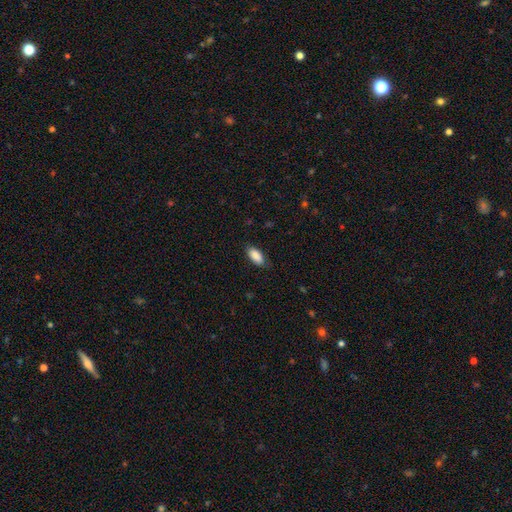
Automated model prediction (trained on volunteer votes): smooth-or-featured: smooth: 88% | star or artifact: 6% | featured or disk: 5%
  how-rounded: in between: 89% | cigar-shaped: 9% | round: 2%
  merging: none: 79% | minor disturbance: 17% | major disturbance: 3% | merger: 1%